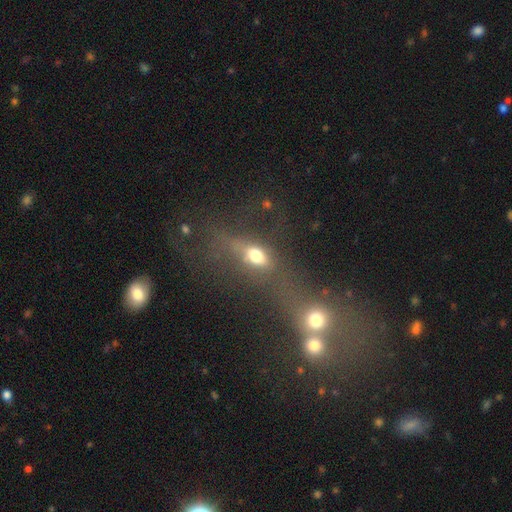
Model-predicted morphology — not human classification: Overall: smooth (58%; featured or disk 23%). How rounded: in between (64%). Merging: none (41%; major disturbance 23%).